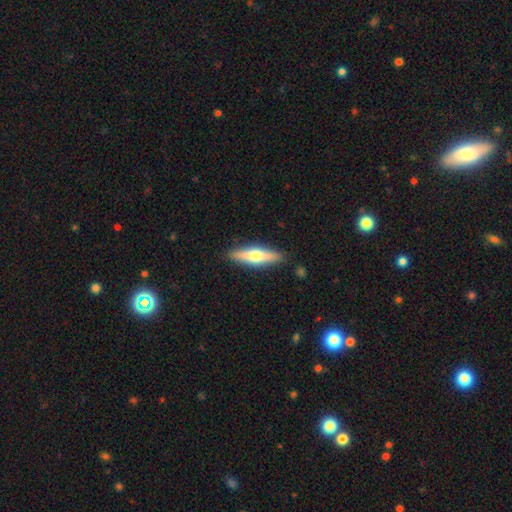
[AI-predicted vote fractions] smooth-or-featured: featured or disk: 50% | smooth: 44% | star or artifact: 5%
  disk-edge-on: yes: 92% | no: 8%
  merging: none: 88% | minor disturbance: 8% | major disturbance: 2% | merger: 1%